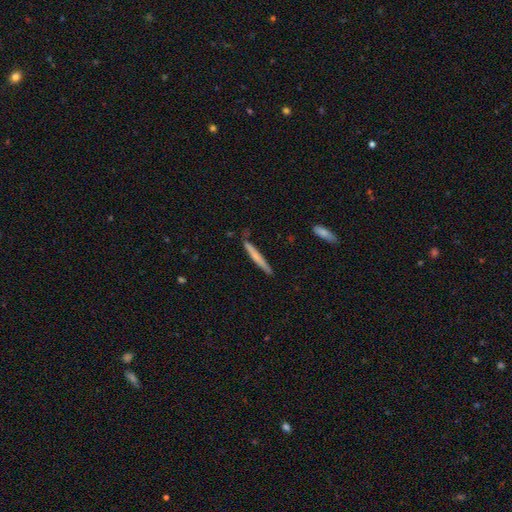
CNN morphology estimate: type=smooth (60%); roundness=cigar-shaped (96%); merging=none (81%).